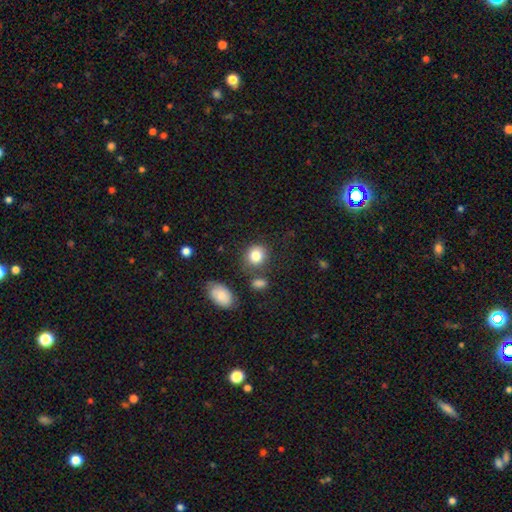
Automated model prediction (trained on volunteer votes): Overall: smooth (84%). How rounded: round (72%). Merging: none (73%).